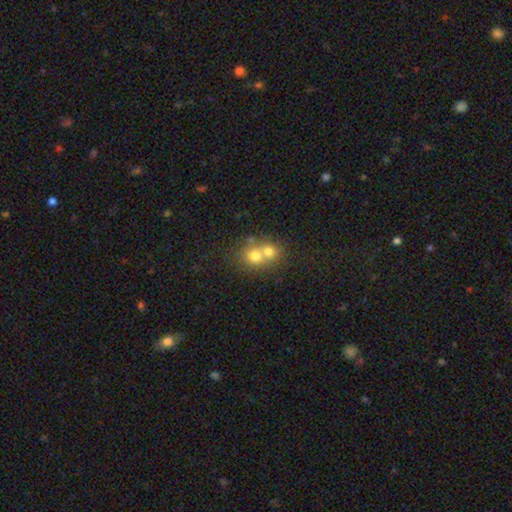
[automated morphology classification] smooth-or-featured: smooth: 70% | featured or disk: 18% | star or artifact: 12%
  how-rounded: round: 77% | in between: 23% | cigar-shaped: 1%
  merging: merger: 65% | none: 29% | minor disturbance: 5% | major disturbance: 2%